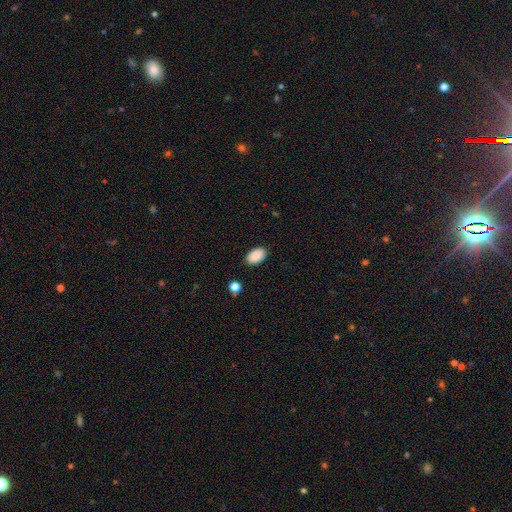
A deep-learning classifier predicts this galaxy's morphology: The model was most divided on "merging": none: 86%, minor disturbance: 11%, major disturbance: 2%, merger: 1%. More confident: how rounded — in between (92%); smooth or featured — smooth (88%).